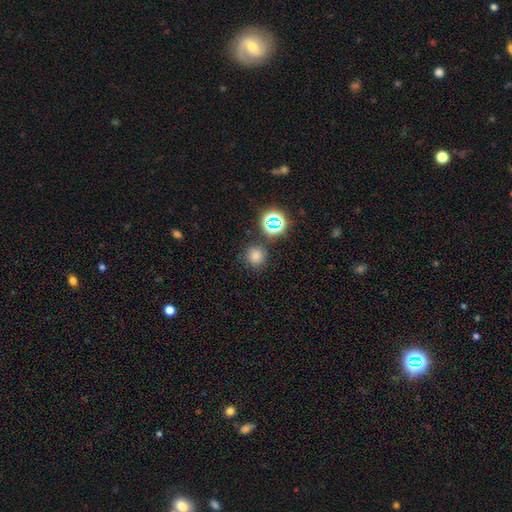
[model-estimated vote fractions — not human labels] Smooth or featured?
  - smooth: 73% *
  - star or artifact: 22%
  - featured or disk: 6%
How rounded?
  - round: 91% *
  - in between: 8%
  - cigar-shaped: 1%
Merging?
  - none: 82% *
  - minor disturbance: 9%
  - merger: 5%
  - major disturbance: 3%